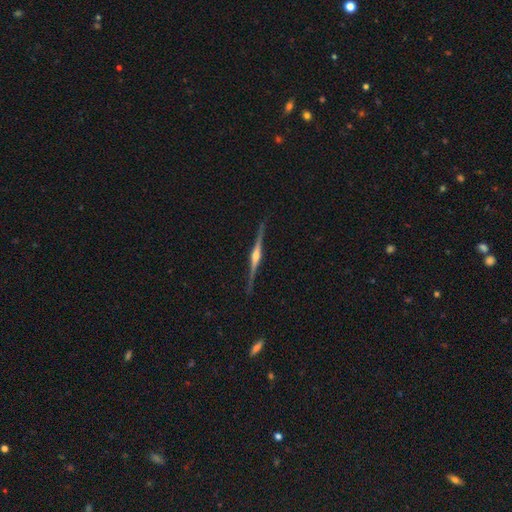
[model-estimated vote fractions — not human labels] This appears to be a featured or disk galaxy (85%) viewed edge-on (98%) with a rounded central bulge (87%). Merging: none (88%).